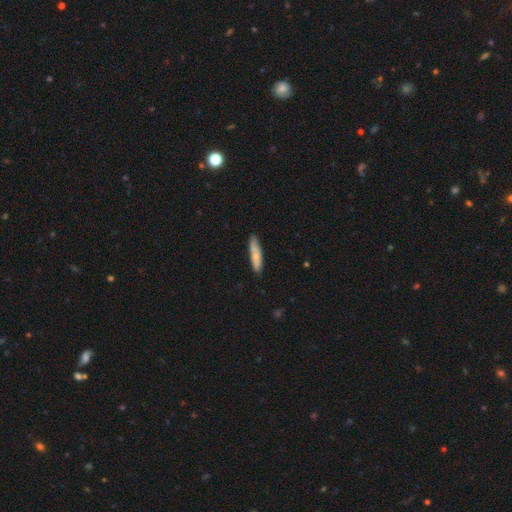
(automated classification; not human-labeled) A smooth galaxy with no disk features (72%) that is cigar-shaped (79%). Merging: none (81%).